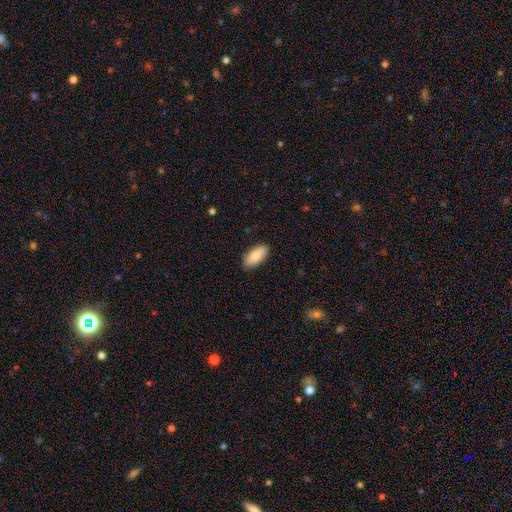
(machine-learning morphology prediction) This is clearly a smooth galaxy (83%). How rounded: clearly in between (89%). Merging: clearly none (85%).